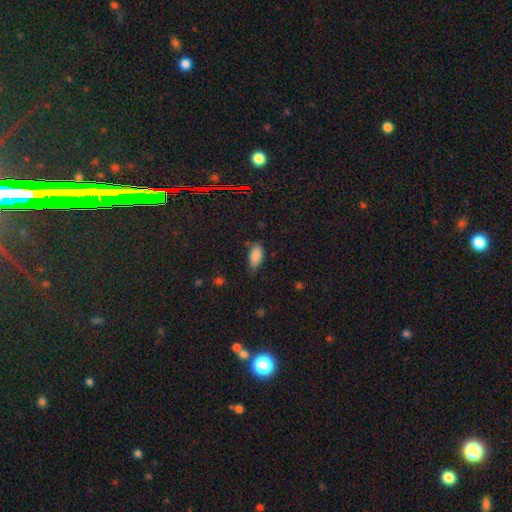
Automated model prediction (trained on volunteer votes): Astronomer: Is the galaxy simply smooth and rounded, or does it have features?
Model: smooth — 85%.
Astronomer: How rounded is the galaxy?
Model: in between — 89%.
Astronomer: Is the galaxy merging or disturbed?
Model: none — 72%.